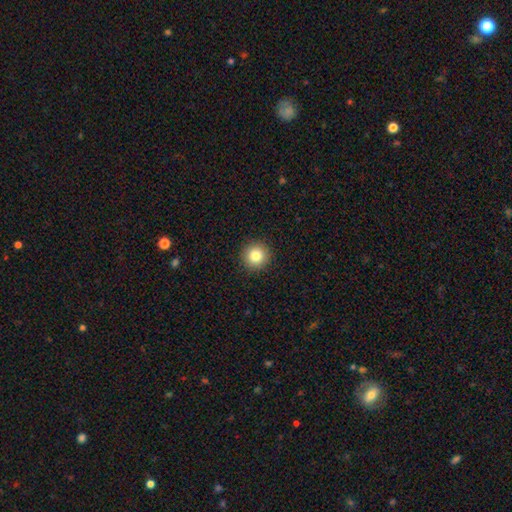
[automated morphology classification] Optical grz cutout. It shows a smooth galaxy with no disk features (83%) that is round (95%). Merging: none (92%).